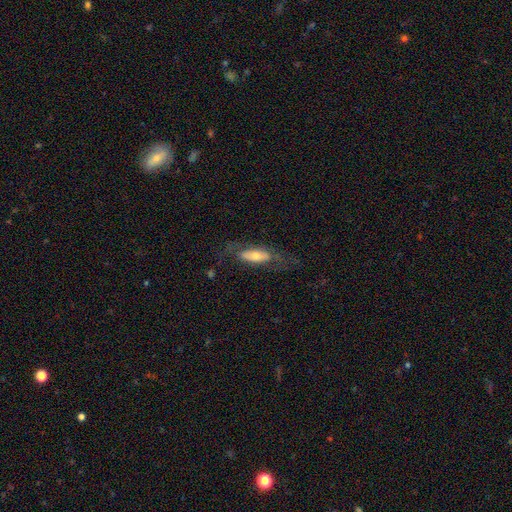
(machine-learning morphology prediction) This is possibly a featured or disk galaxy (50%). Merging: likely none (61%).